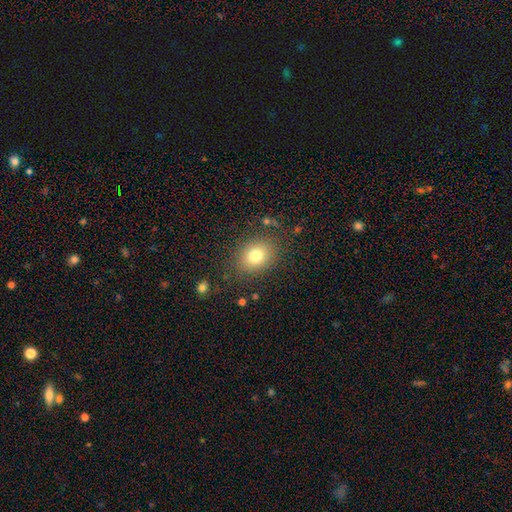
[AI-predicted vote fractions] smooth_or_featured: smooth (p=0.77) [alt: star or artifact p=0.12]
how_rounded: in between (p=0.52) [alt: round p=0.47]
merging: none (p=0.82) [alt: minor disturbance p=0.11]